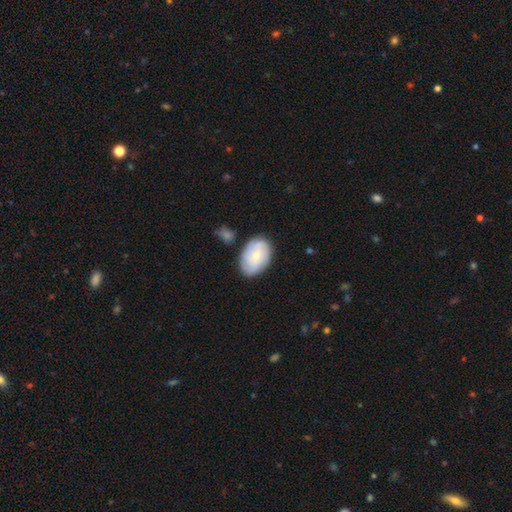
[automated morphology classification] This is possibly a smooth galaxy (49%). Merging: likely none (75%).